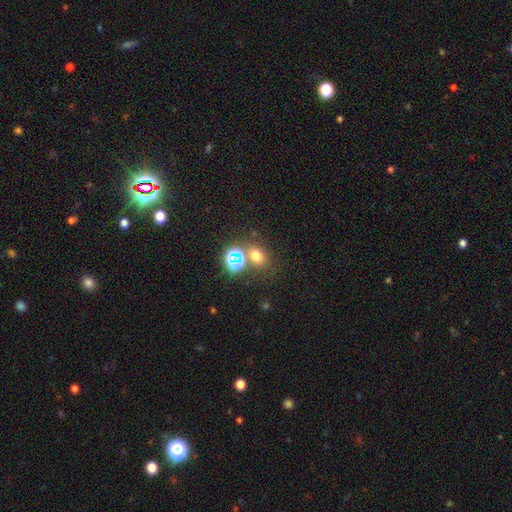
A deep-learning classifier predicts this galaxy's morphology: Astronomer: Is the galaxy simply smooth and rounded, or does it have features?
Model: smooth — 61%.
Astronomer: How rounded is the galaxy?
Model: round — 49%, tied with in between at 49%.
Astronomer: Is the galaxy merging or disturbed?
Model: none — 65%.